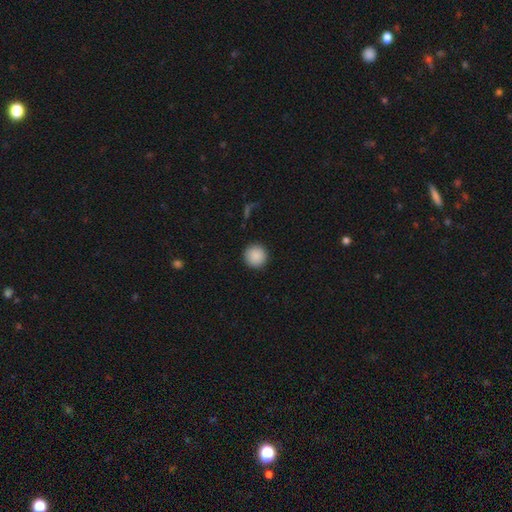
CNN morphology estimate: A smooth galaxy with no disk features (89%) that is round (96%).

Vote fractions:
- Smooth or featured? smooth: 89% / star or artifact: 8% / featured or disk: 3%
- How rounded? round: 96% / in between: 3% / cigar-shaped: 1%
- Merging? none: 92% / minor disturbance: 5% / major disturbance: 2% / merger: 1%